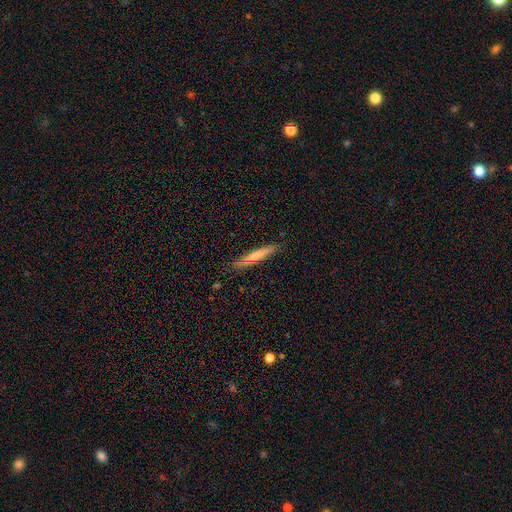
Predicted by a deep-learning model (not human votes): The model was most divided on "smooth or featured": smooth: 70%, featured or disk: 24%, star or artifact: 6%. More confident: how rounded — cigar-shaped (94%); merging — none (86%).